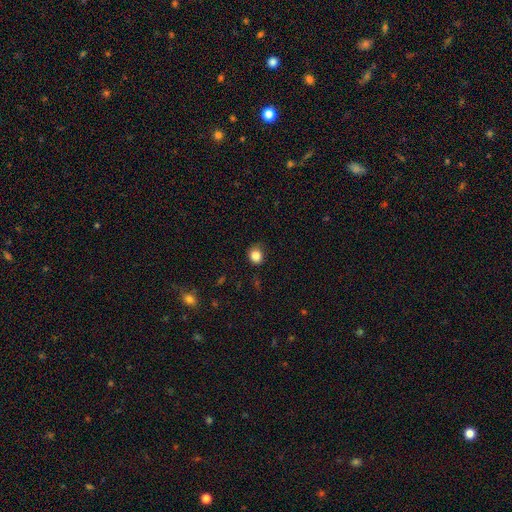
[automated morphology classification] smooth_or_featured: smooth (p=0.85) [alt: star or artifact p=0.11]
how_rounded: round (p=0.77) [alt: in between p=0.22]
merging: none (p=0.74) [alt: minor disturbance p=0.20]